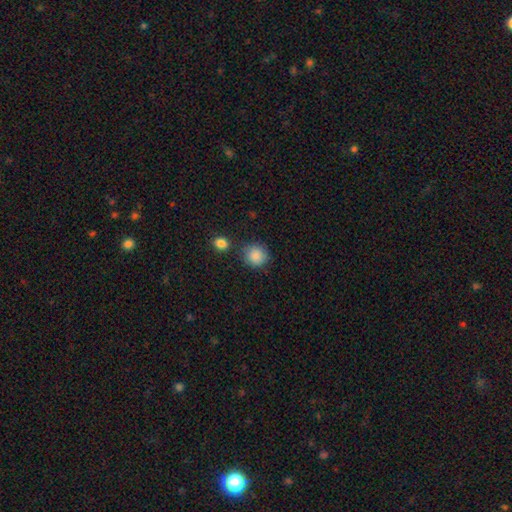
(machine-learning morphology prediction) smooth-or-featured: smooth: 87% | star or artifact: 8% | featured or disk: 5%
  how-rounded: round: 87% | in between: 12% | cigar-shaped: 1%
  merging: none: 79% | minor disturbance: 12% | merger: 6% | major disturbance: 3%